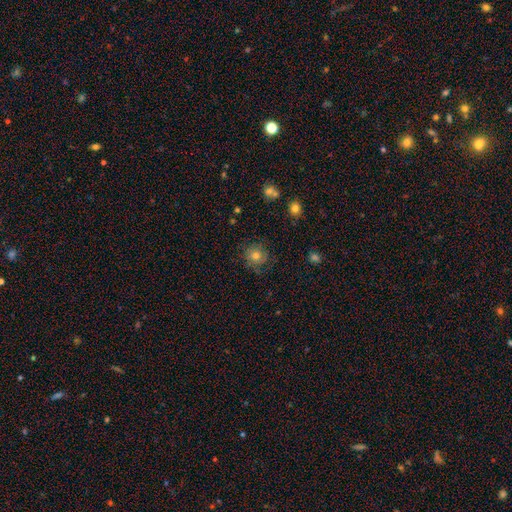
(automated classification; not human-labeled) The model was most divided on "smooth or featured": smooth: 63%, featured or disk: 21%, star or artifact: 16%. More confident: how rounded — round (91%); merging — none (79%).